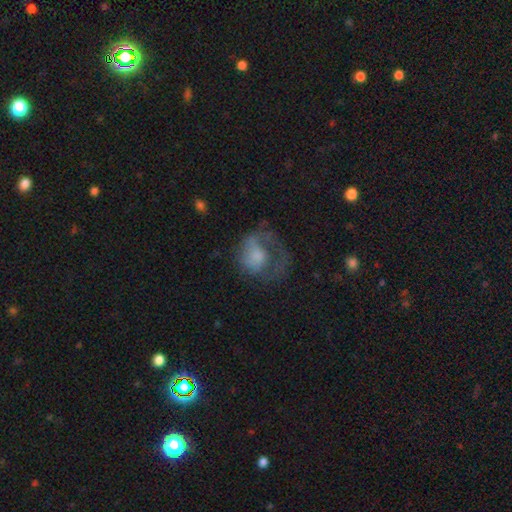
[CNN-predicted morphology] smooth_or_featured: smooth (p=0.46) [alt: featured or disk p=0.44]
merging: major disturbance (p=0.48) [alt: none p=0.30]